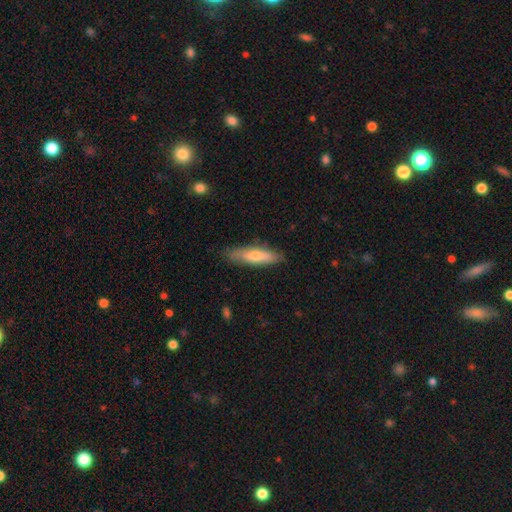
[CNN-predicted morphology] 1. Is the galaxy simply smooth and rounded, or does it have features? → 61% smooth, 33% featured or disk, 6% star or artifact.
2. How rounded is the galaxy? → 71% cigar-shaped, 27% in between, 2% round.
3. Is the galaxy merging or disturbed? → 83% none, 13% minor disturbance, 2% major disturbance, 1% merger.